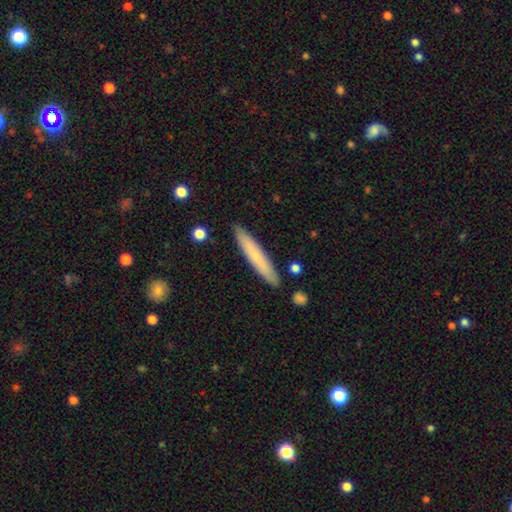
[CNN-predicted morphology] smooth-or-featured: smooth: 69% | featured or disk: 25% | star or artifact: 6%
  how-rounded: cigar-shaped: 94% | in between: 5% | round: 1%
  merging: none: 90% | minor disturbance: 7% | merger: 2% | major disturbance: 1%